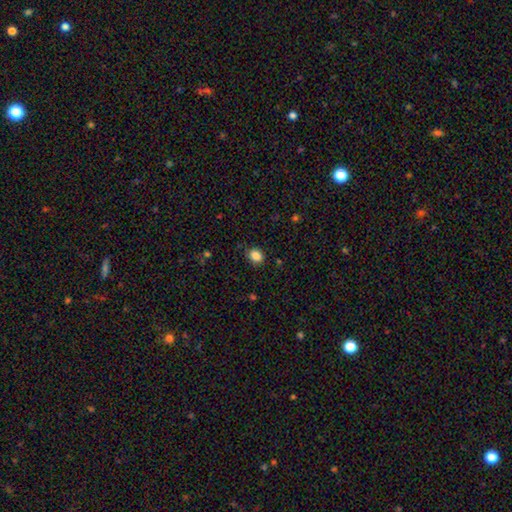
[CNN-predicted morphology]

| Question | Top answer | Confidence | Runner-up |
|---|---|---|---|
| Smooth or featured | smooth | 87% | star or artifact (10%) |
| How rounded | in between | 58% | round (41%) |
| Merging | none | 85% | minor disturbance (11%) |